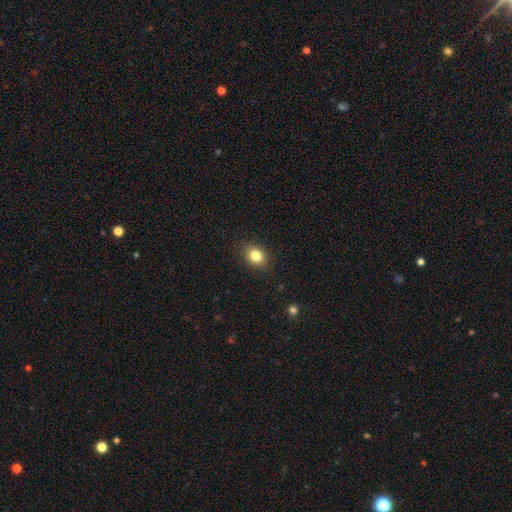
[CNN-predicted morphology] The model was most divided on "how rounded": in between: 56%, round: 43%, cigar-shaped: 1%. More confident: merging — none (88%); smooth or featured — smooth (82%).